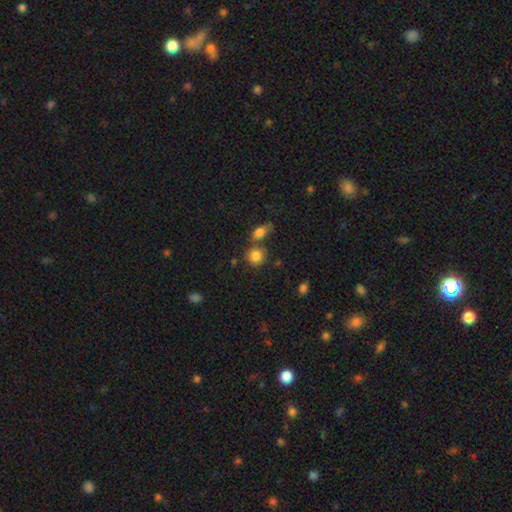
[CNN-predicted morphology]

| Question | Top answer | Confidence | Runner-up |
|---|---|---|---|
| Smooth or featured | smooth | 83% | star or artifact (10%) |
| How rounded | round | 80% | in between (18%) |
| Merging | none | 59% | merger (26%) |